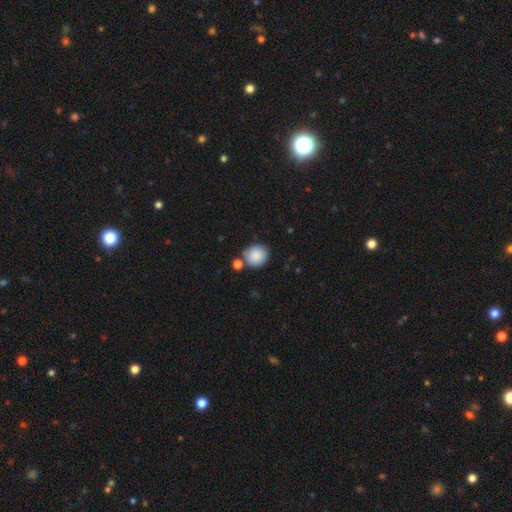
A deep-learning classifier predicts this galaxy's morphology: The model was most divided on "merging": none: 74%, merger: 12%, minor disturbance: 10%, major disturbance: 3%. More confident: smooth or featured — smooth (88%); how rounded — round (85%).